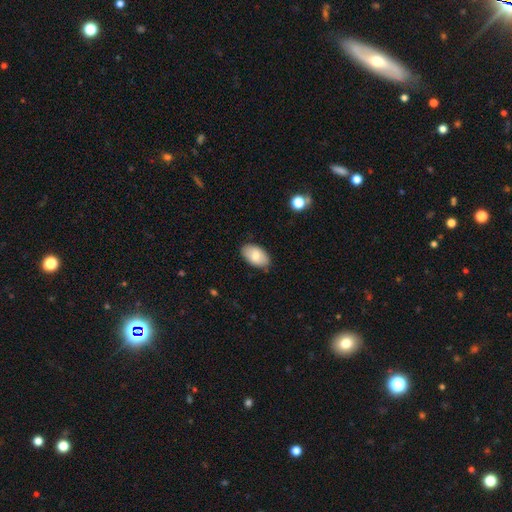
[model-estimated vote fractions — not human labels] The model was most divided on "smooth or featured": smooth: 79%, featured or disk: 14%, star or artifact: 6%. More confident: how rounded — in between (94%); merging — none (85%).